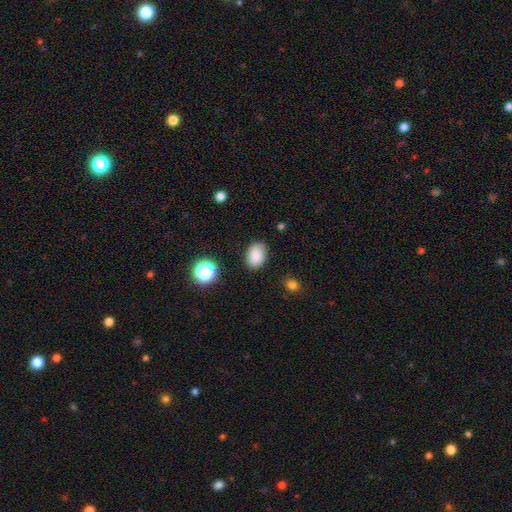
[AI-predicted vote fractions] The model was most divided on "how rounded": in between: 80%, round: 19%, cigar-shaped: 1%. More confident: smooth or featured — smooth (86%); merging — none (82%).